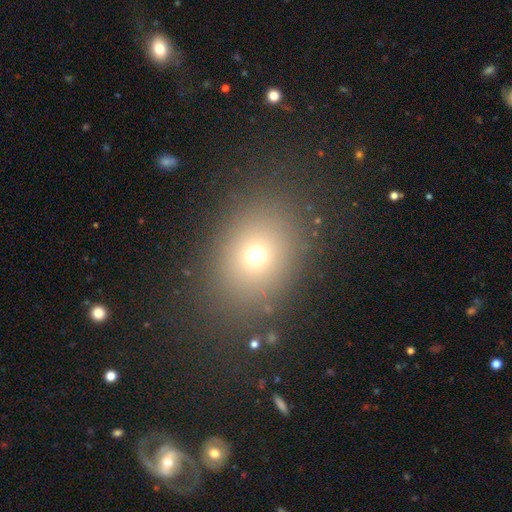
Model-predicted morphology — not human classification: smooth_or_featured: smooth (p=0.69) [alt: star or artifact p=0.20]
how_rounded: in between (p=0.50) [alt: round p=0.49]
merging: none (p=0.85) [alt: minor disturbance p=0.08]